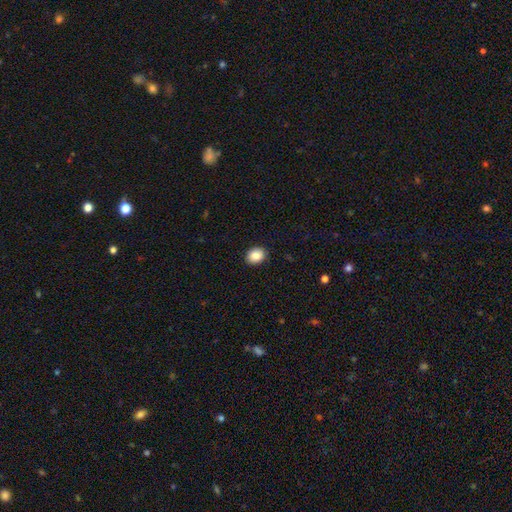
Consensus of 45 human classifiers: smooth_or_featured: smooth (p=0.89) [alt: star or artifact p=0.07]
how_rounded: in between (p=0.57) [alt: round p=0.40]
merging: none (p=0.93) [alt: minor disturbance p=0.07]